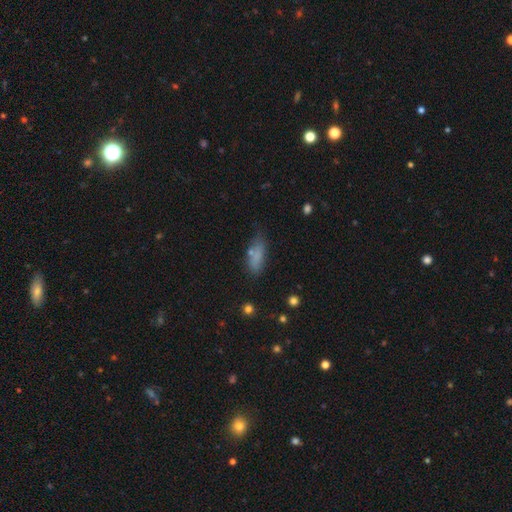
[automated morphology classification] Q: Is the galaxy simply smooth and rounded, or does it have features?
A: smooth — 78%.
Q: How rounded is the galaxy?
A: in between — 67%.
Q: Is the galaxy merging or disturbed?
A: none — 64%.